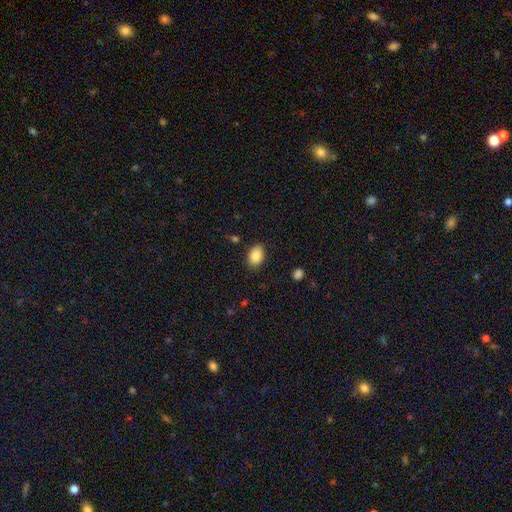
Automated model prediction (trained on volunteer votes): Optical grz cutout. It shows a smooth galaxy with no disk features (86%) that is in between round and cigar-shaped (85%). Merging: none (86%).